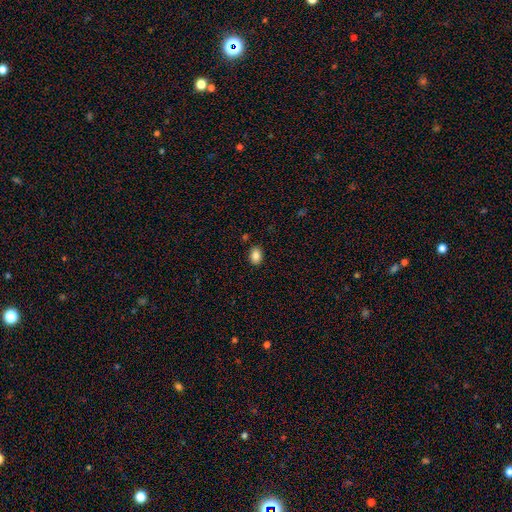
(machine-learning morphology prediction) smooth 86%, star or artifact 9%, featured or disk 5%. Down the decision tree: how rounded — in between (77%); merging — none (87%).